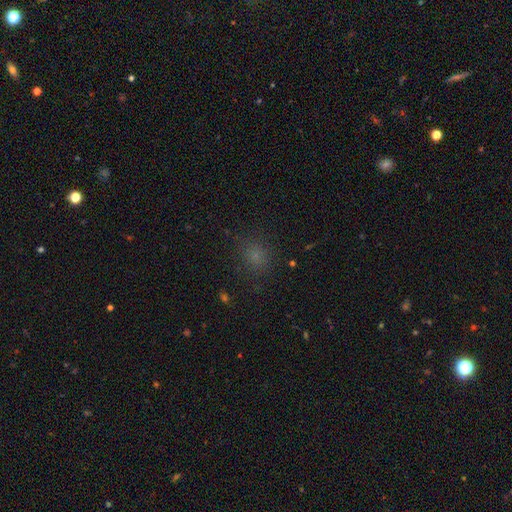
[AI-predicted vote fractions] The model was most divided on "how rounded": round: 71%, in between: 28%, cigar-shaped: 1%. More confident: merging — none (81%); smooth or featured — smooth (70%).